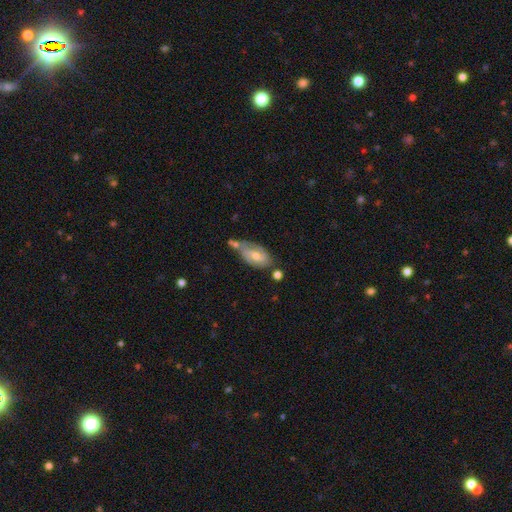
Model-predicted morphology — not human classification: type=featured or disk (59%); edge-on=no (92%); bar=weak (47%); spiral arms=yes (74%); bulge=moderate (59%); merging=none (47%).